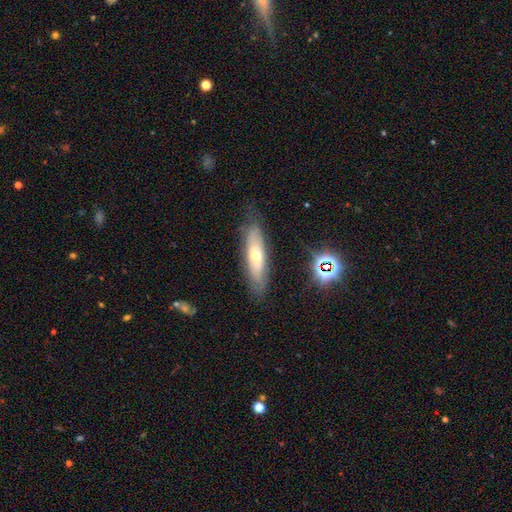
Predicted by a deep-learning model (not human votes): This is possibly a smooth galaxy (47%). Merging: likely none (77%).